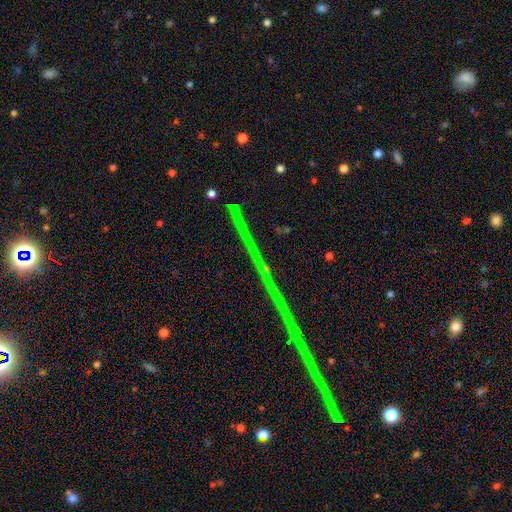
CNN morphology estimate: A star or artifact, not a galaxy (73%).